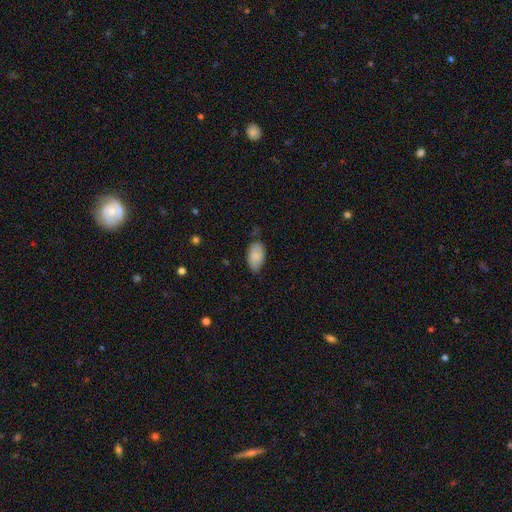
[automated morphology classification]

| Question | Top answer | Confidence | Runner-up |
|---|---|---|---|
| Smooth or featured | smooth | 86% | featured or disk (8%) |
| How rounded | in between | 94% | round (4%) |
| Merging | none | 66% | minor disturbance (28%) |